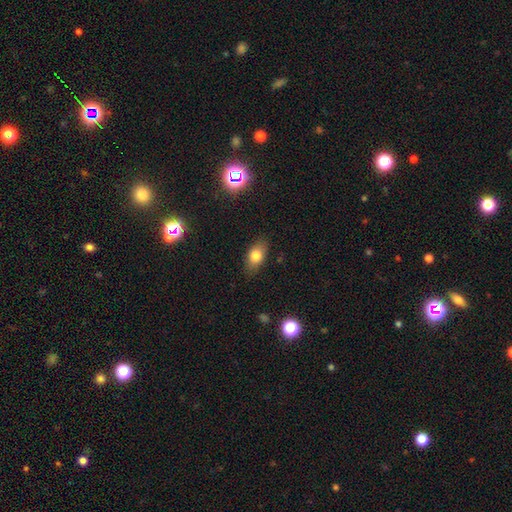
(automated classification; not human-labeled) smooth-or-featured: smooth: 78% | featured or disk: 12% | star or artifact: 10%
  how-rounded: in between: 85% | round: 11% | cigar-shaped: 4%
  merging: none: 83% | minor disturbance: 13% | major disturbance: 3% | merger: 1%